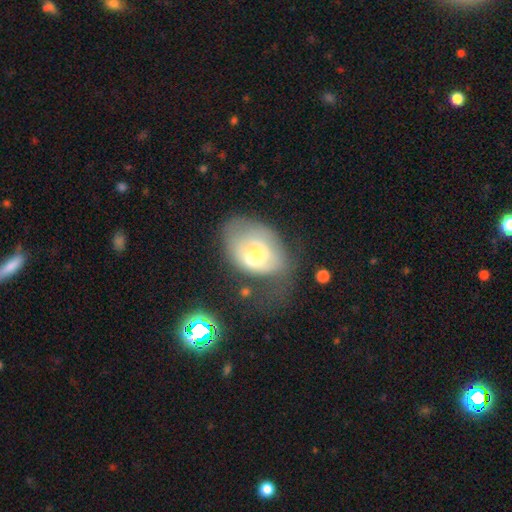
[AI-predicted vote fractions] Overall: smooth (47%; featured or disk 42%). Merging: major disturbance (40%; minor disturbance 27%).